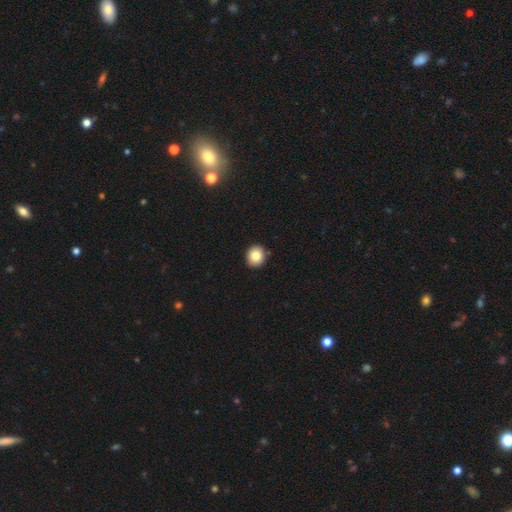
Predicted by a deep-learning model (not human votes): Overall: smooth (84%). How rounded: round (78%). Merging: none (89%).